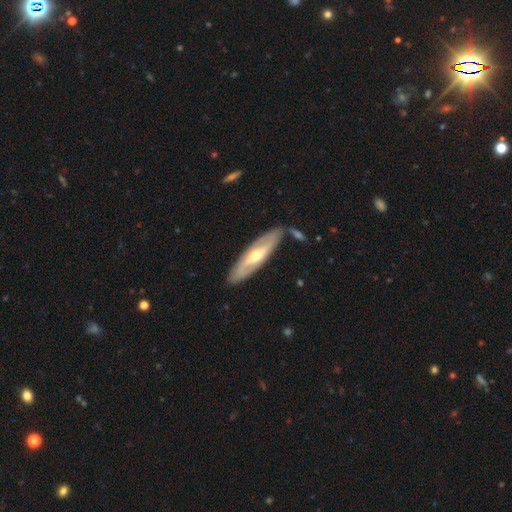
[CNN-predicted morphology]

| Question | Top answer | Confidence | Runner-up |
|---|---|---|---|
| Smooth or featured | featured or disk | 67% | smooth (28%) |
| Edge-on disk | no | 64% | yes (36%) |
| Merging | none | 82% | minor disturbance (12%) |